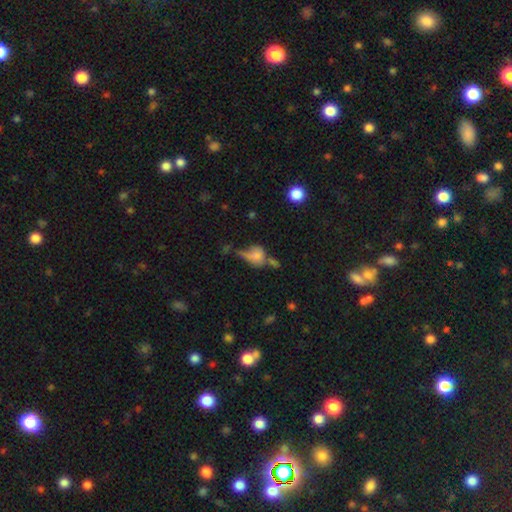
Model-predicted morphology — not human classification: Overall: smooth (62%; featured or disk 25%). How rounded: in between (53%; round 43%). Merging: none (29%; merger 28%).